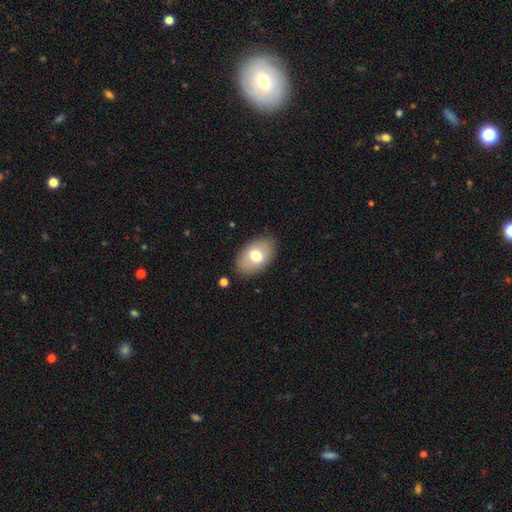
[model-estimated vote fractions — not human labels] Morphology: type=smooth (71%); roundness=in between (91%); merging=none (84%).